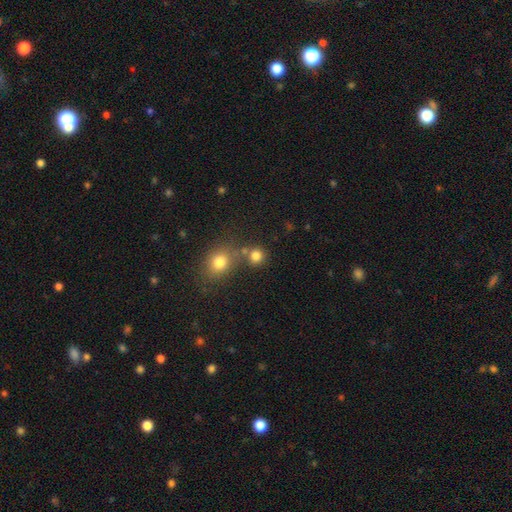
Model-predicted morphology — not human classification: Q: Smooth or featured?
A: smooth (80%); runner-up: star or artifact (14%)
Q: How rounded?
A: round (86%); runner-up: in between (12%)
Q: Merging?
A: none (66%); runner-up: merger (22%)